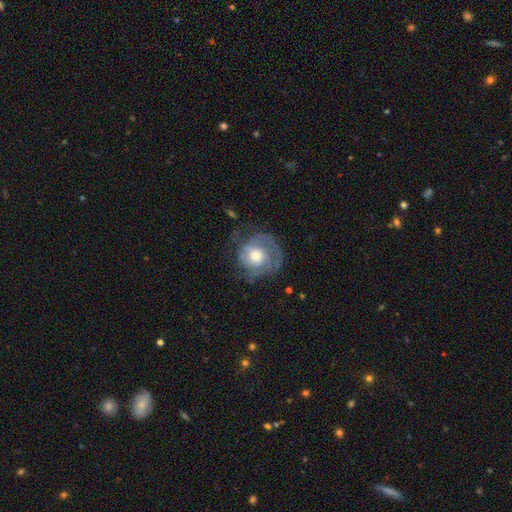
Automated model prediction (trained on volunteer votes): featured or disk 69%, smooth 24%, star or artifact 7%. Down the decision tree: edge-on disk — no (98%); bar — no (80%); spiral arms — yes (83%); spiral arm count — can't tell (39%); spiral winding — tight (57%); bulge size — moderate (62%); merging — none (59%).